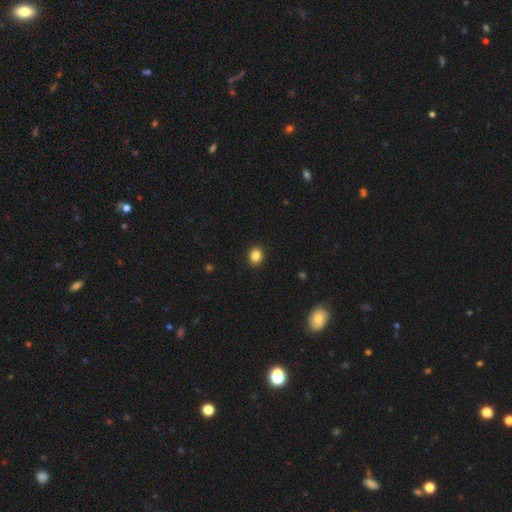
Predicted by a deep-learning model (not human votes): A smooth galaxy with no disk features (85%) that is round (65%). Merging: none (92%).